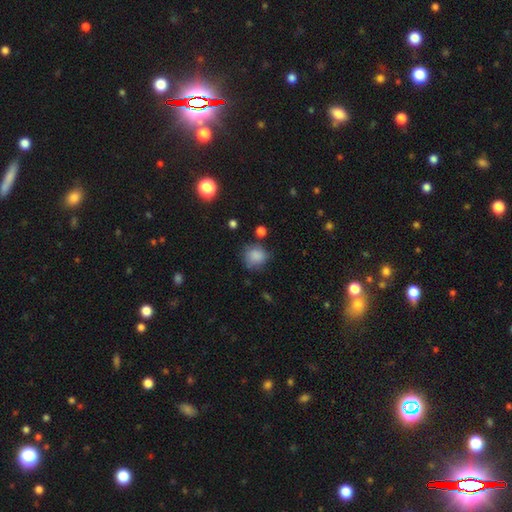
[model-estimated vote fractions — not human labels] A smooth galaxy with no disk features (83%) that is round (81%). Merging: none (65%).